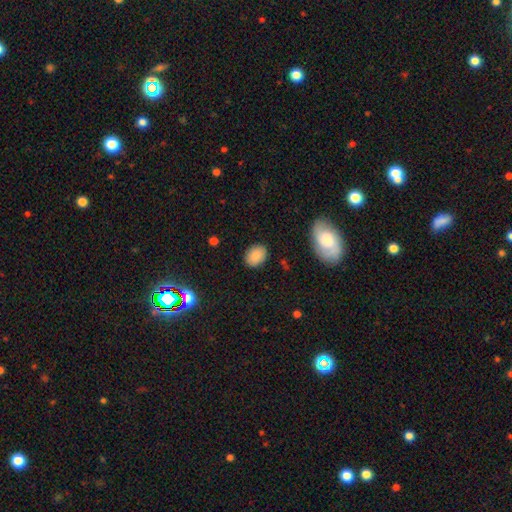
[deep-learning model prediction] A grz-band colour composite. It shows a smooth galaxy with no disk features (86%) that is in between round and cigar-shaped (70%). Merging: none (86%).